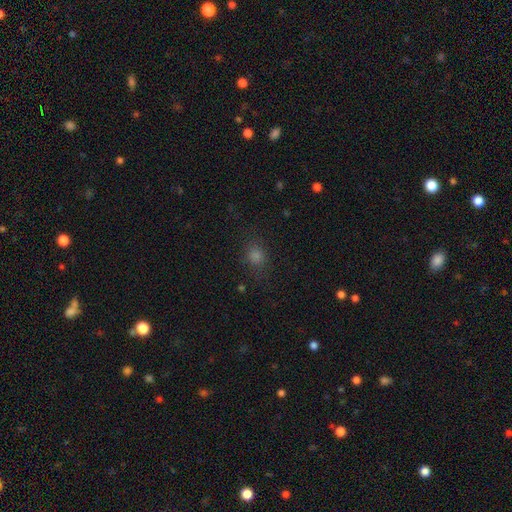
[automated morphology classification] This is likely a smooth galaxy (67%). How rounded: likely round (72%). Merging: clearly none (81%).